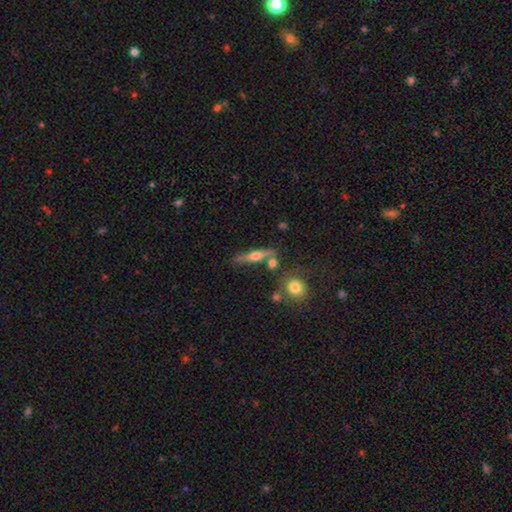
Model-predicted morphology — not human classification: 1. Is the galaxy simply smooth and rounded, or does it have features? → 59% featured or disk, 33% smooth, 8% star or artifact.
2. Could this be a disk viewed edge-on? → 93% yes, 7% no.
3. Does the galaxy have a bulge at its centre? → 89% rounded, 7% boxy, 4% none.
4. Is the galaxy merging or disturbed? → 72% none, 12% merger, 11% minor disturbance, 4% major disturbance.